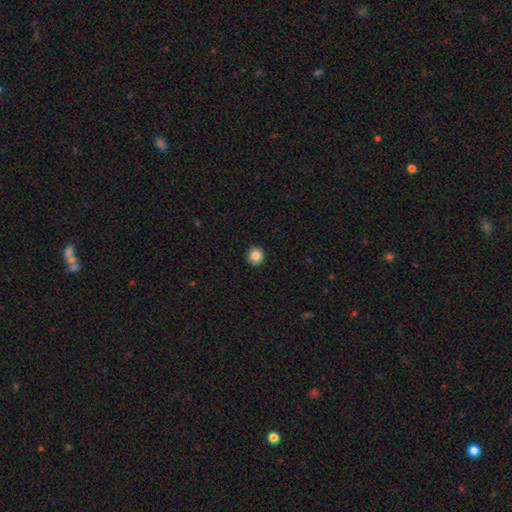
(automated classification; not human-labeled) A smooth galaxy with no disk features (86%) that is round (91%).

Vote fractions:
- Smooth or featured? smooth: 86% / star or artifact: 10% / featured or disk: 5%
- How rounded? round: 91% / in between: 8% / cigar-shaped: 1%
- Merging? none: 93% / minor disturbance: 5% / major disturbance: 1% / merger: 1%